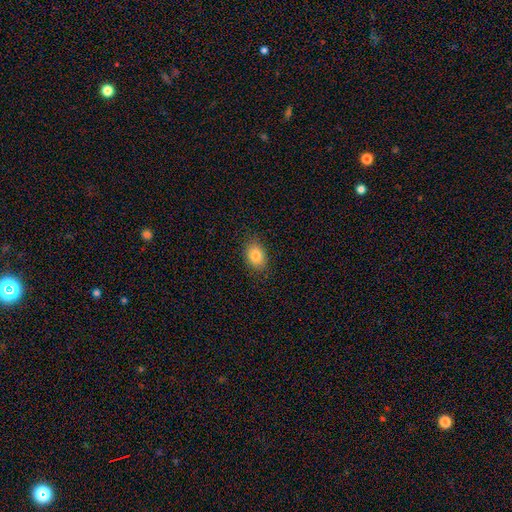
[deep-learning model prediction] smooth 84%, star or artifact 9%, featured or disk 7%. Down the decision tree: how rounded — in between (73%); merging — none (86%).